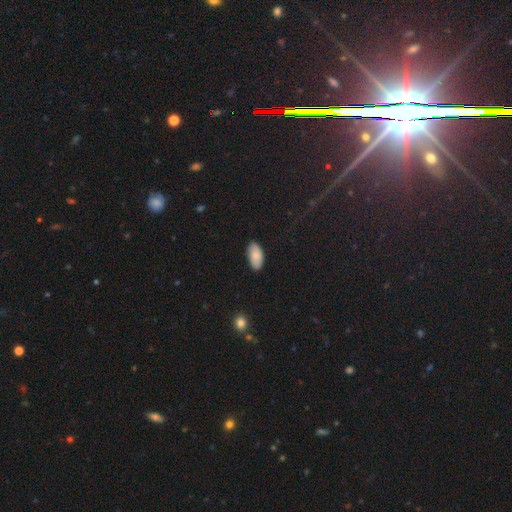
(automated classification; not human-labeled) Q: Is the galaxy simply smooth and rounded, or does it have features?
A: smooth — 85%.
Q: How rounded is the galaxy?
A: in between — 95%.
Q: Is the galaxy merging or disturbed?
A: none — 83%.